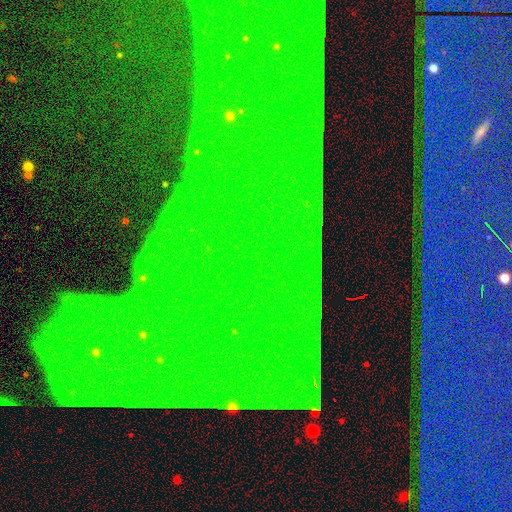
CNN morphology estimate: This is clearly a star or artifact rather than a galaxy (87%).